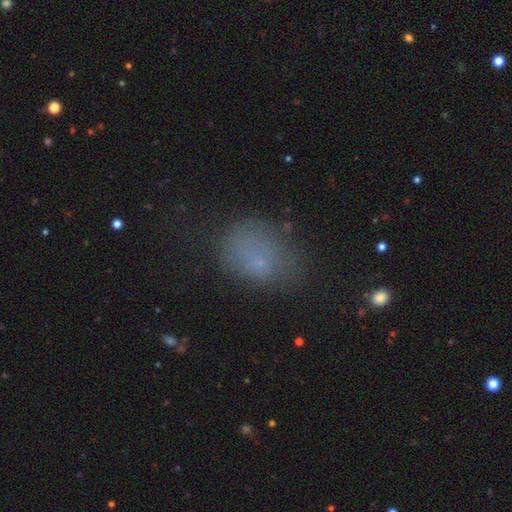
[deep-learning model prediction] Morphology: type=smooth (67%); roundness=in between (66%); merging=none (58%).